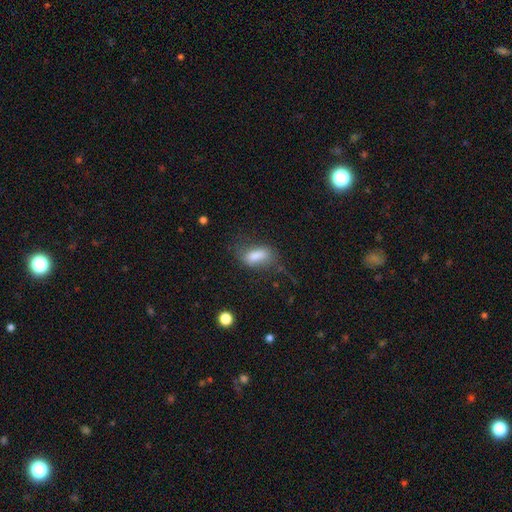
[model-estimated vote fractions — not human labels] smooth 74%, featured or disk 17%, star or artifact 10%. Down the decision tree: how rounded — in between (82%); merging — none (50%).